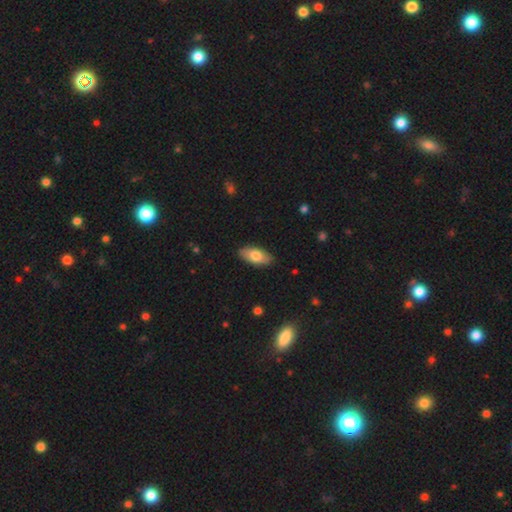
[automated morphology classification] Overall: smooth (76%). How rounded: in between (90%). Merging: none (88%).